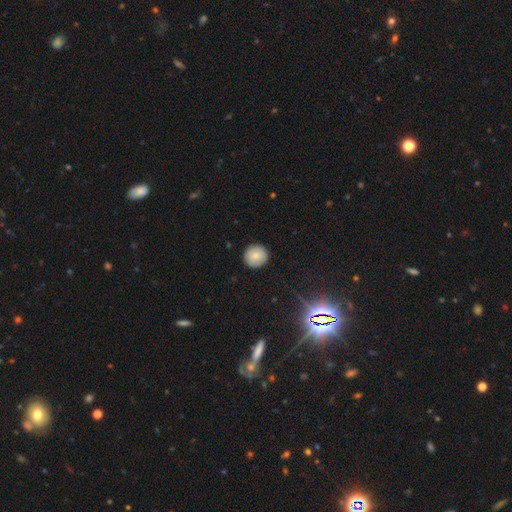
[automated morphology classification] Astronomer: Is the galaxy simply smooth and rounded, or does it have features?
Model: smooth — 78%.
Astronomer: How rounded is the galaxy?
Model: round — 94%.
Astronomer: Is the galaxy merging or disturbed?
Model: none — 90%.